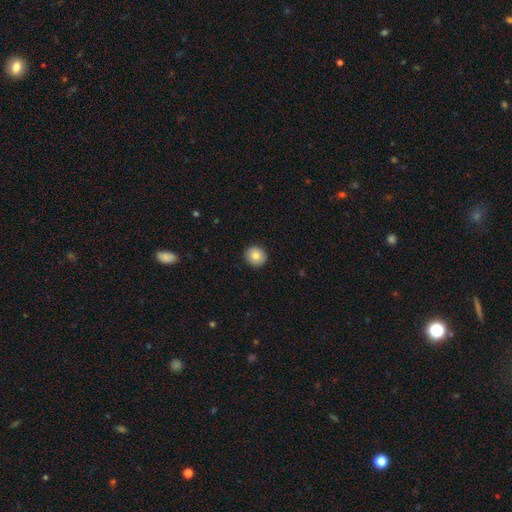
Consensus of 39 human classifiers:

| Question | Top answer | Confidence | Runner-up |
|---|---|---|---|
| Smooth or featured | smooth | 85% | featured or disk (8%) |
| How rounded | round | 88% | in between (12%) |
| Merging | none | 81% | minor disturbance (19%) |